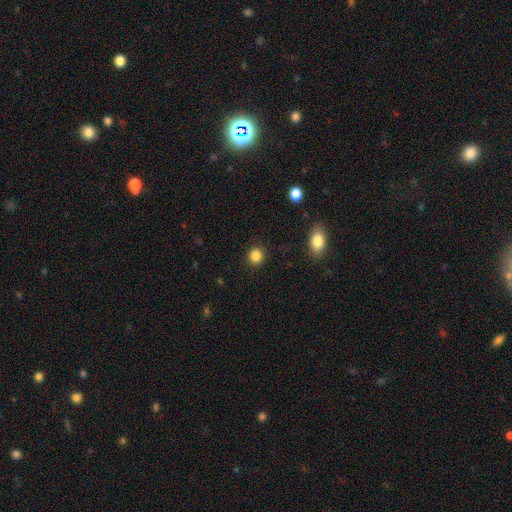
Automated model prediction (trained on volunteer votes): Morphology: type=smooth (86%); roundness=round (88%); merging=none (91%).